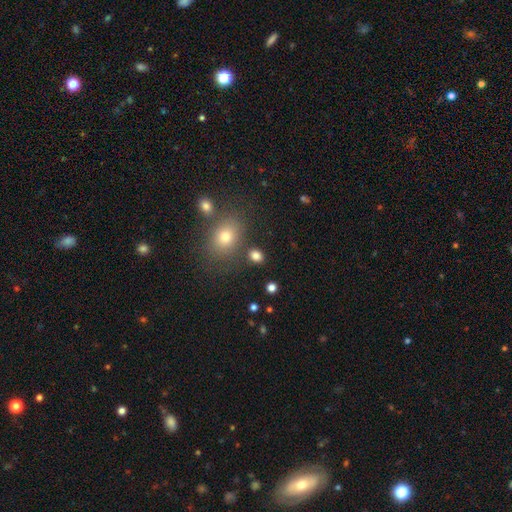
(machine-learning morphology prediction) Smooth or featured? Predicted: smooth (p=0.81). How rounded? Predicted: in between (p=0.52). Merging? Predicted: none (p=0.79).